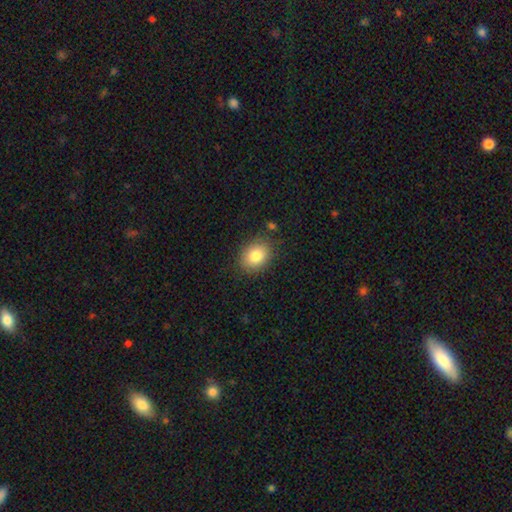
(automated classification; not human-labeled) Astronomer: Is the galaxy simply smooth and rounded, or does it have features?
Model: smooth — 82%.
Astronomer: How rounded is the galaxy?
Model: in between — 54% (runner-up: round, 45%).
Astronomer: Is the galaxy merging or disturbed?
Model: none — 84%.